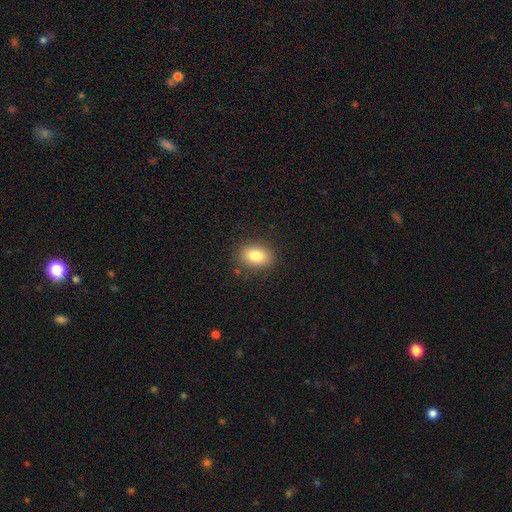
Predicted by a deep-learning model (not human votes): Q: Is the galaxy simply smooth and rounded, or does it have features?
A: smooth — 83%.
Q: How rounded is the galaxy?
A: in between — 81%.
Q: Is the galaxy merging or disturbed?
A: none — 86%.